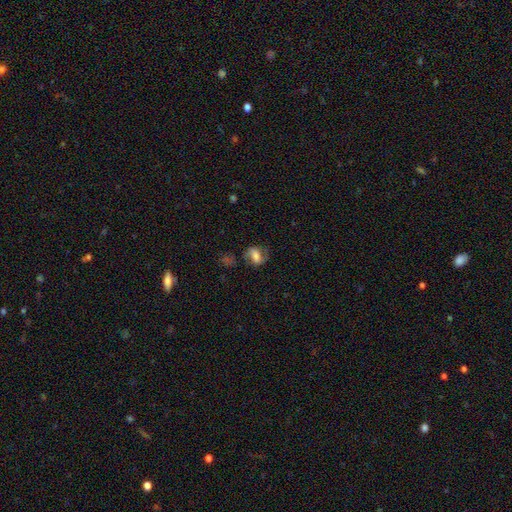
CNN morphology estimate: Smooth or featured?
  - smooth: 45% * (tied)
  - featured or disk: 45% * (tied)
  - star or artifact: 10%
Merging?
  - none: 61% *
  - minor disturbance: 21%
  - major disturbance: 15%
  - merger: 3%